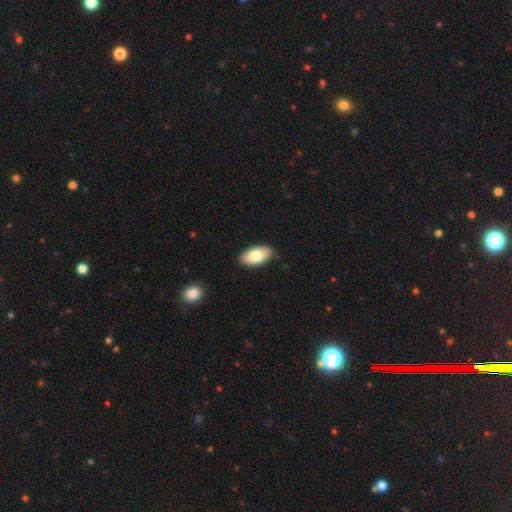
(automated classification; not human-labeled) The model was most divided on "smooth or featured": smooth: 81%, featured or disk: 13%, star or artifact: 6%. More confident: how rounded — in between (94%); merging — none (86%).